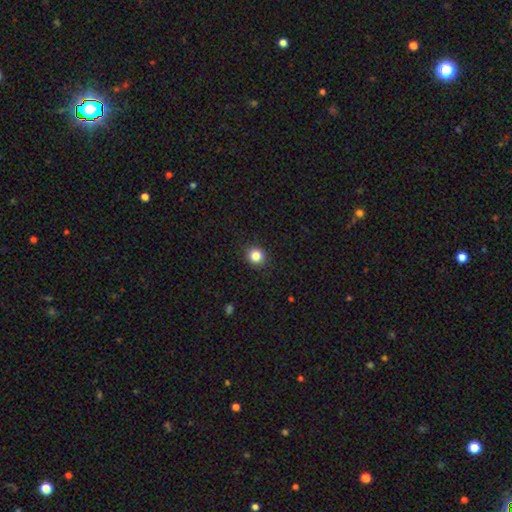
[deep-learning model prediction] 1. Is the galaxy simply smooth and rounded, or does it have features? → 84% smooth, 11% star or artifact, 5% featured or disk.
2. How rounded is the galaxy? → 86% round, 13% in between, 1% cigar-shaped.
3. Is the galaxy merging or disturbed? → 91% none, 6% minor disturbance, 2% major disturbance, 1% merger.